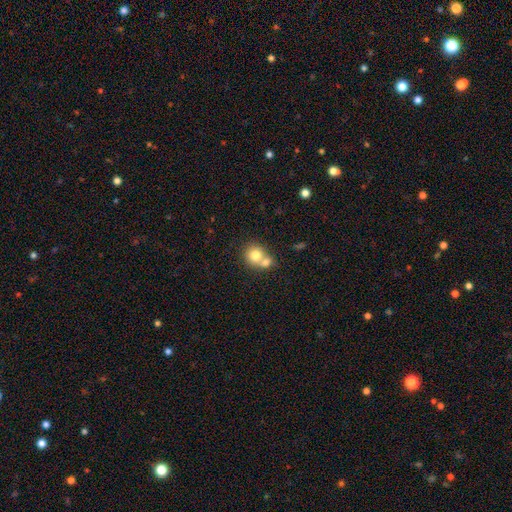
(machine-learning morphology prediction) Overall: smooth (75%). How rounded: round (82%). Merging: merger (57%; none 34%).